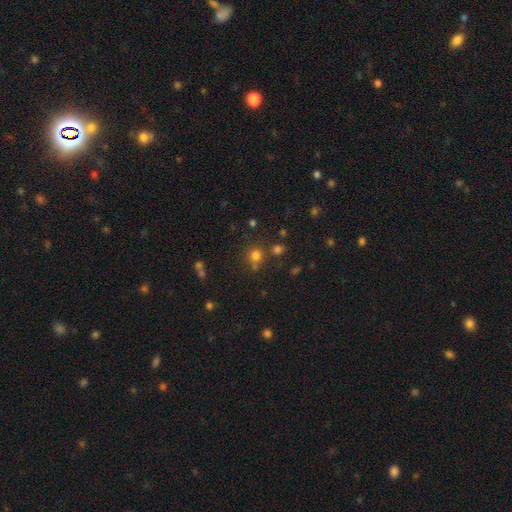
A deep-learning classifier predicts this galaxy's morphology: Smooth or featured?
  - smooth: 73% *
  - star or artifact: 20%
  - featured or disk: 7%
How rounded?
  - round: 88% *
  - in between: 11%
  - cigar-shaped: 1%
Merging?
  - none: 69% *
  - merger: 16%
  - minor disturbance: 10%
  - major disturbance: 5%